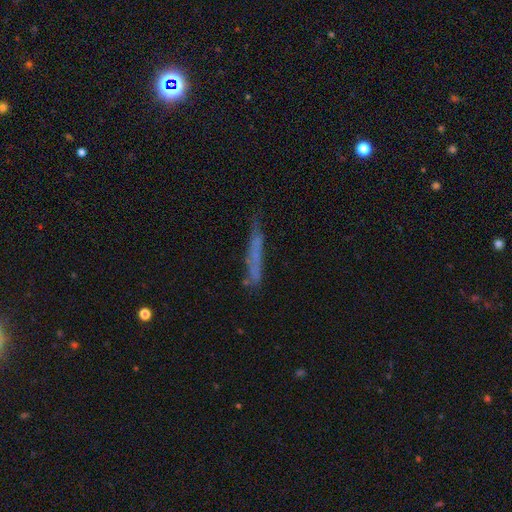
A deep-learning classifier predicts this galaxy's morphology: Smooth or featured?
  - smooth: 52% *
  - featured or disk: 36%
  - star or artifact: 12%
How rounded?
  - cigar-shaped: 93% *
  - in between: 5%
  - round: 2%
Merging?
  - none: 65% *
  - minor disturbance: 22%
  - major disturbance: 9%
  - merger: 4%